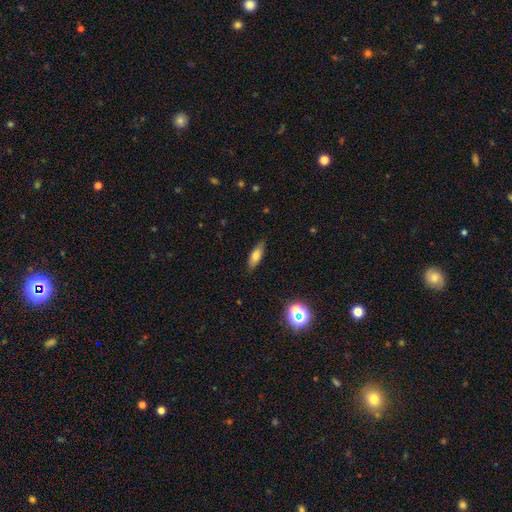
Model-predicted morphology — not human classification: type=smooth (70%); roundness=in between (62%); merging=none (84%).